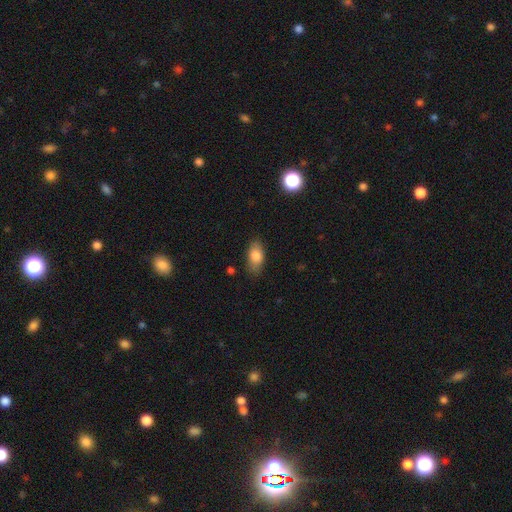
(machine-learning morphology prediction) Smooth or featured: smooth — 82% (featured or disk — 11%)
How rounded: in between — 89% (cigar-shaped — 6%)
Merging: none — 78% (minor disturbance — 16%)